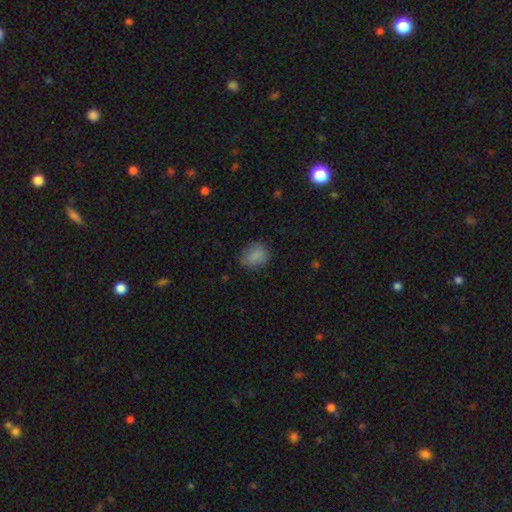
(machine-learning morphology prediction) smooth 82%, star or artifact 10%, featured or disk 8%. Down the decision tree: how rounded — round (57%); merging — none (74%).